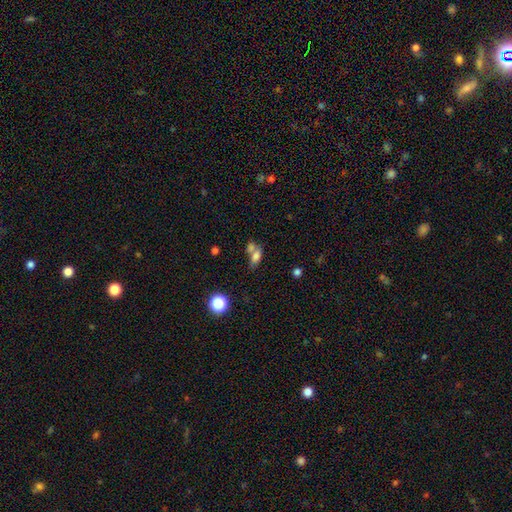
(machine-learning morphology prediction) This appears to be a smooth galaxy with no disk features (67%) that is in between round and cigar-shaped (73%). Merging: merger (47%).